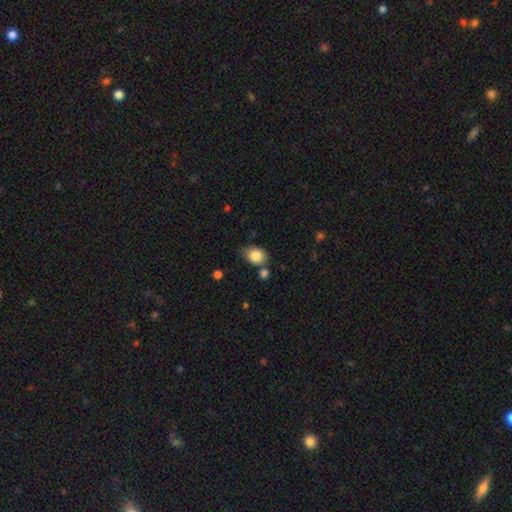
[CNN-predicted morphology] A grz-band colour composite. It shows a smooth galaxy with no disk features (84%) that is in between round and cigar-shaped (63%). Merging: none (58%).